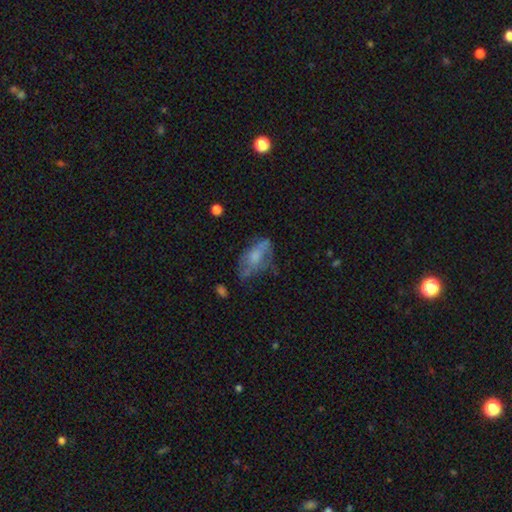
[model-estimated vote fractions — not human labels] Smooth or featured?
  - smooth: 47% *
  - featured or disk: 43%
  - star or artifact: 10%
Merging?
  - none: 44% *
  - minor disturbance: 28%
  - major disturbance: 24%
  - merger: 4%